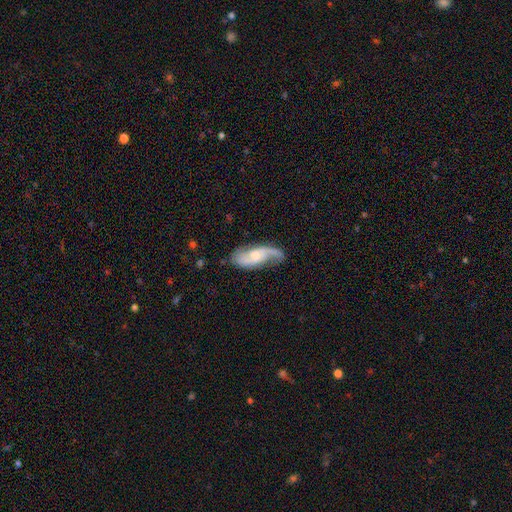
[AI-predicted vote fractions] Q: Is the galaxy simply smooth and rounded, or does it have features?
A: featured or disk — 76%.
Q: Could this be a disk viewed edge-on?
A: no — 92%.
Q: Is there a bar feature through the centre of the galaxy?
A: no — 55%.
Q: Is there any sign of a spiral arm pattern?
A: yes — 94%.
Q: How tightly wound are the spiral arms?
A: loose — 47%.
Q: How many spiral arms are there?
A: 2 — 82%.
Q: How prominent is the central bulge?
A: moderate — 49%.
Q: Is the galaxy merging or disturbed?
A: none — 61%.